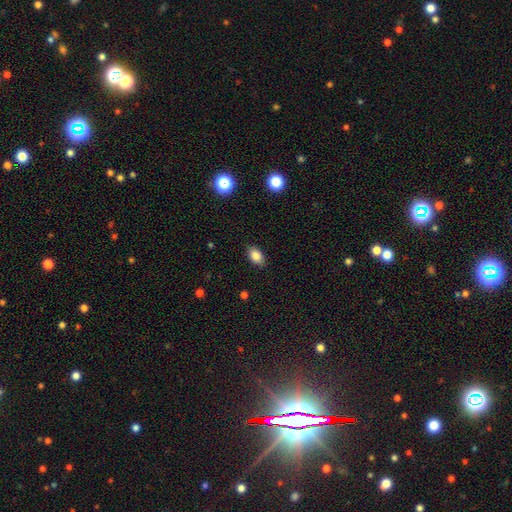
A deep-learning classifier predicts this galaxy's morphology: A smooth galaxy with no disk features (85%) that is in between round and cigar-shaped (86%). Merging: none (87%).